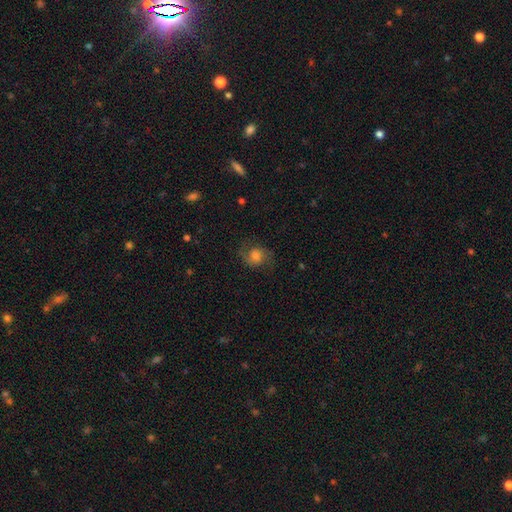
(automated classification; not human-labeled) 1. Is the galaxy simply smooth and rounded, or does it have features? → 49% featured or disk, 40% smooth, 12% star or artifact.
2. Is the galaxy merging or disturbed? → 70% none, 18% minor disturbance, 11% major disturbance, 1% merger.